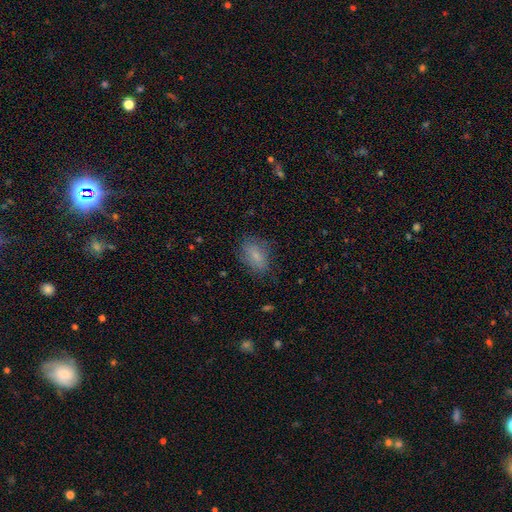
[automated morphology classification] type=smooth (77%); roundness=in between (86%); merging=none (75%).